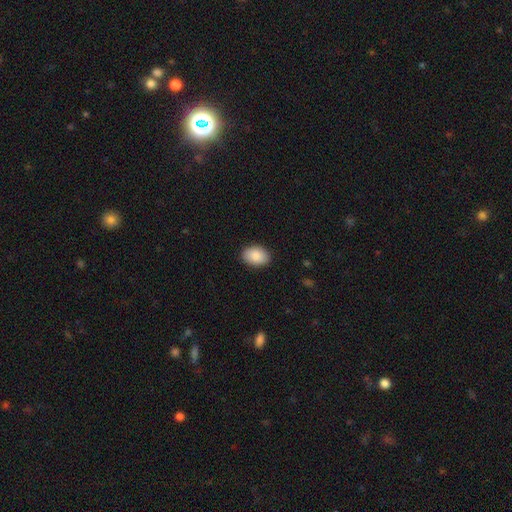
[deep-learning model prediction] Smooth or featured? Predicted: smooth (p=0.89). How rounded? Predicted: in between (p=0.83). Merging? Predicted: none (p=0.90).